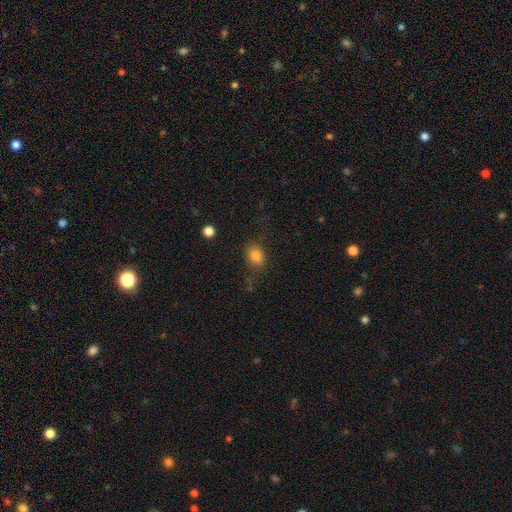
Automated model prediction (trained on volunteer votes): Smooth or featured? smooth (82%)
How rounded? in between (62%)
Merging? none (73%)